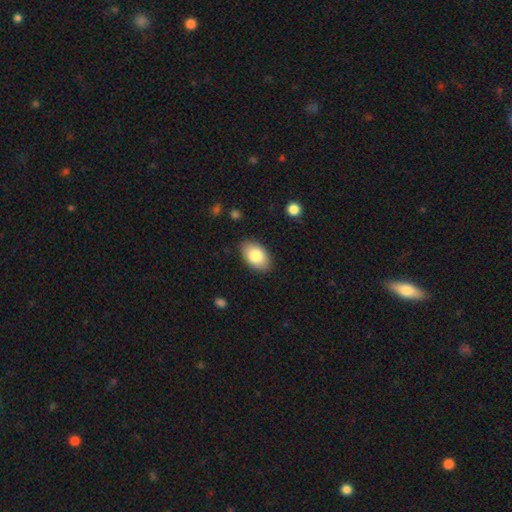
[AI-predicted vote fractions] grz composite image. It shows a smooth galaxy with no disk features (81%) that is in between round and cigar-shaped (92%). Merging: none (87%).